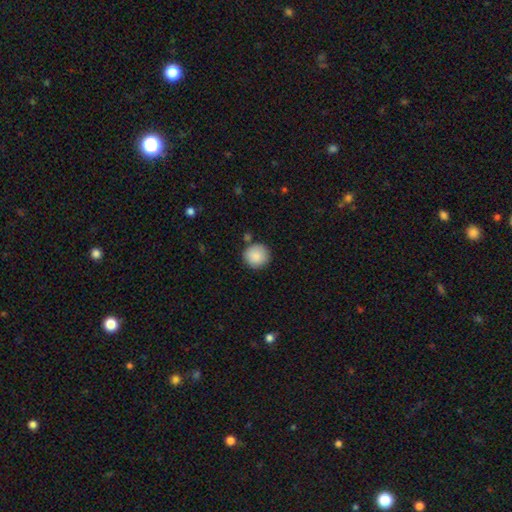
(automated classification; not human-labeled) The model was most divided on "merging": none: 83%, minor disturbance: 10%, merger: 4%, major disturbance: 3%. More confident: how rounded — round (93%); smooth or featured — smooth (88%).